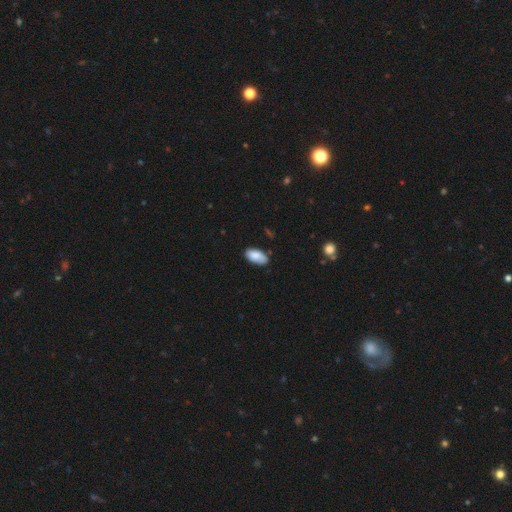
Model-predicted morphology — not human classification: This appears to be a smooth galaxy with no disk features (85%) that is in between round and cigar-shaped (95%). Merging: none (76%).